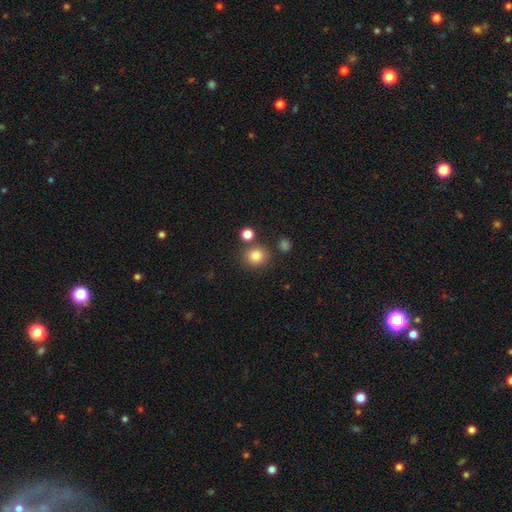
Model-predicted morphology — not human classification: Q: Smooth or featured?
A: smooth (83%); runner-up: star or artifact (12%)
Q: How rounded?
A: round (89%); runner-up: in between (10%)
Q: Merging?
A: none (79%); runner-up: merger (10%)